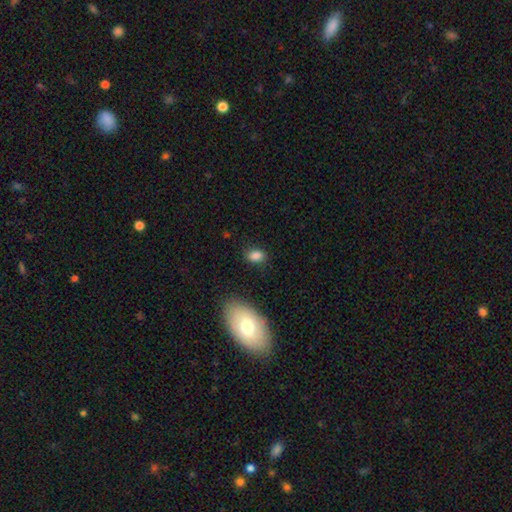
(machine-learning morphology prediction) type=smooth (83%); roundness=in between (80%); merging=none (78%).